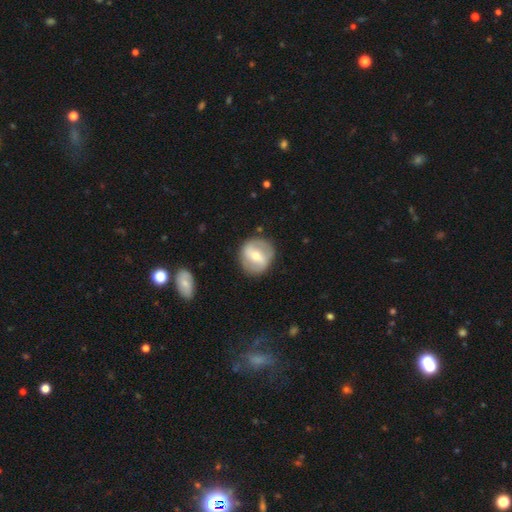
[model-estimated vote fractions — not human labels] This appears to be a featured or disk galaxy (57%) with a strong bar (43%), no spiral arms (52%) and a moderate central bulge (60%). Merging: none (83%).